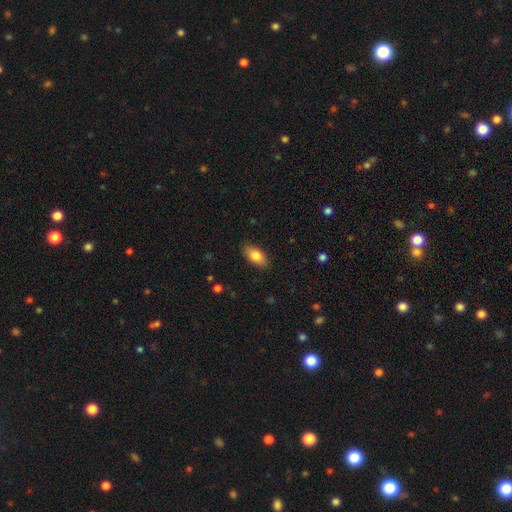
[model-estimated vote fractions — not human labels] smooth_or_featured: smooth (p=0.83) [alt: featured or disk p=0.10]
how_rounded: in between (p=0.91) [alt: cigar-shaped p=0.05]
merging: none (p=0.87) [alt: minor disturbance p=0.10]